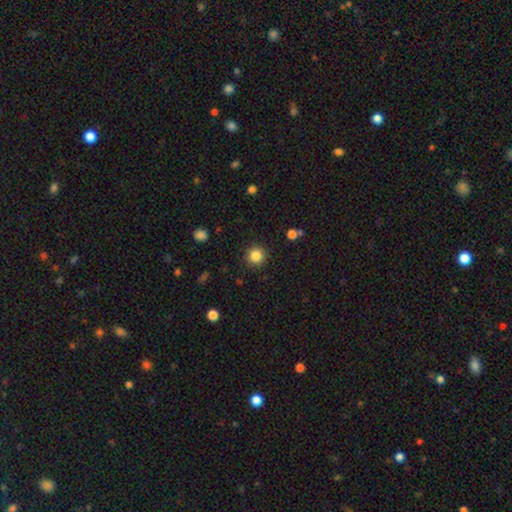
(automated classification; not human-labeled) smooth_or_featured: smooth (p=0.85) [alt: star or artifact p=0.11]
how_rounded: round (p=0.94) [alt: in between p=0.05]
merging: none (p=0.91) [alt: minor disturbance p=0.06]